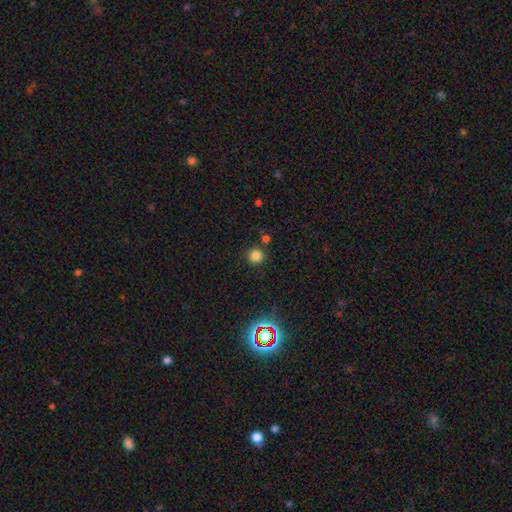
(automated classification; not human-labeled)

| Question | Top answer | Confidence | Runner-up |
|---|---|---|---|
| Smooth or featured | smooth | 80% | star or artifact (16%) |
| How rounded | round | 94% | in between (5%) |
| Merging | none | 84% | minor disturbance (7%) |